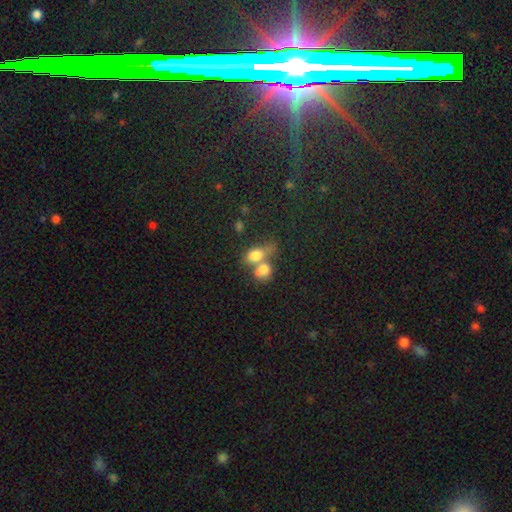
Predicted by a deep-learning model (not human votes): This appears to be a smooth galaxy with no disk features (75%) that is in between round and cigar-shaped (69%). Merging: merger (64%).